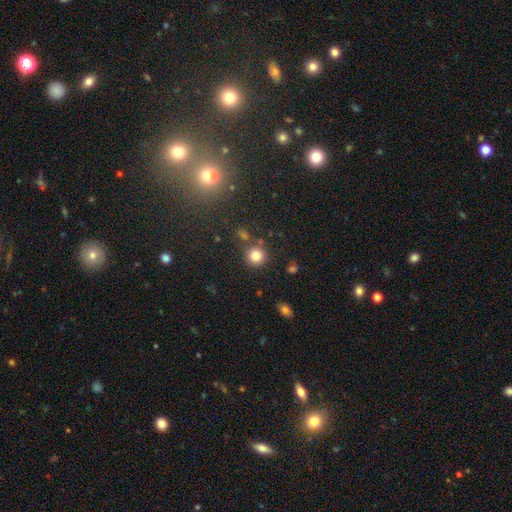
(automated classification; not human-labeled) The model was most divided on "merging": none: 78%, merger: 9%, minor disturbance: 9%, major disturbance: 4%. More confident: how rounded — round (91%); smooth or featured — smooth (81%).